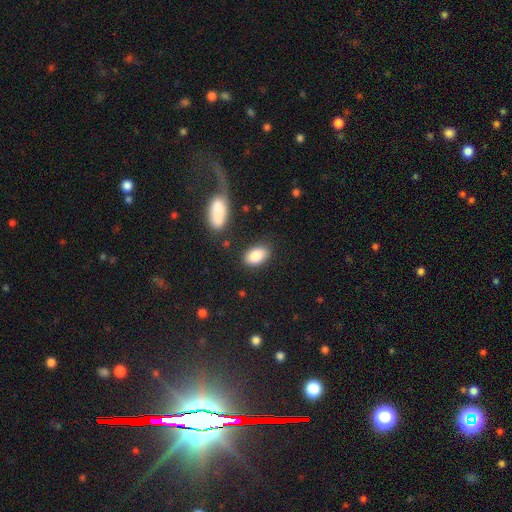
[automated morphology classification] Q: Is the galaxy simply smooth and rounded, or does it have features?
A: smooth — 87%.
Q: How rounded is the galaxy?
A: in between — 91%.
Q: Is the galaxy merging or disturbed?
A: none — 81%.